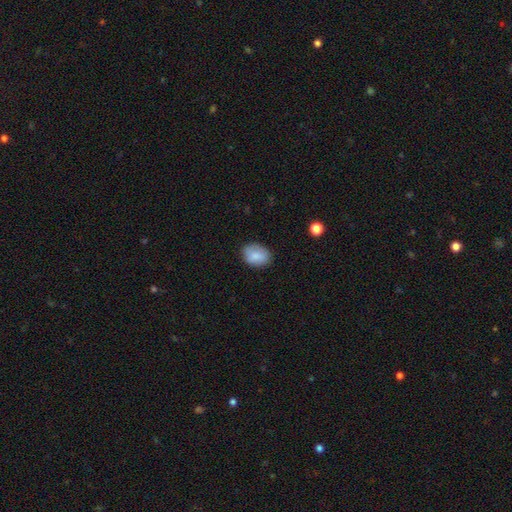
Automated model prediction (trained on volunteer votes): Overall: smooth (84%). How rounded: in between (73%). Merging: none (82%).